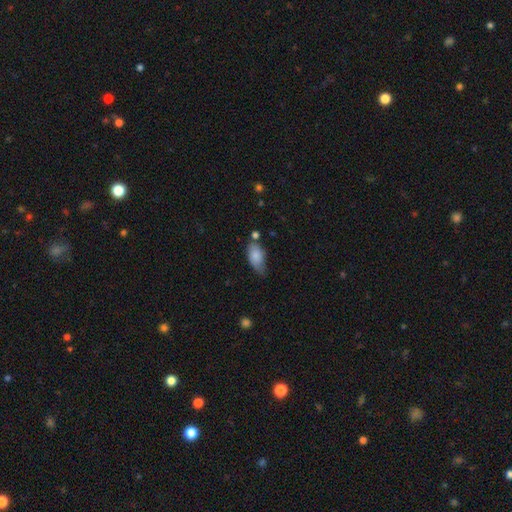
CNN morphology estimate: smooth-or-featured: smooth: 83% | featured or disk: 10% | star or artifact: 7%
  how-rounded: in between: 91% | cigar-shaped: 5% | round: 4%
  merging: none: 44% | minor disturbance: 40% | major disturbance: 9% | merger: 7%